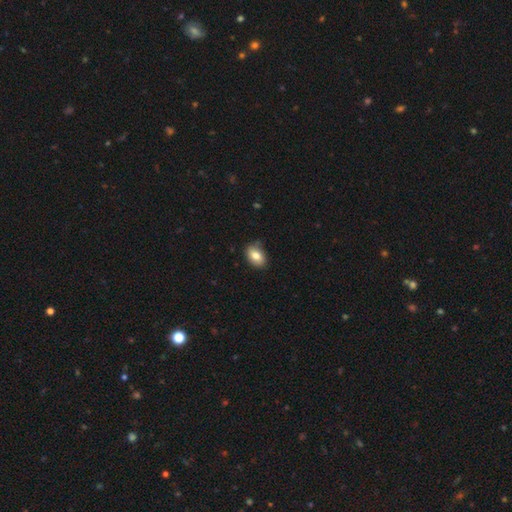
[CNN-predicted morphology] Smooth or featured?
  - smooth: 82% *
  - featured or disk: 10%
  - star or artifact: 8%
How rounded?
  - in between: 82% *
  - round: 16%
  - cigar-shaped: 1%
Merging?
  - none: 75% *
  - minor disturbance: 20%
  - major disturbance: 3%
  - merger: 2%